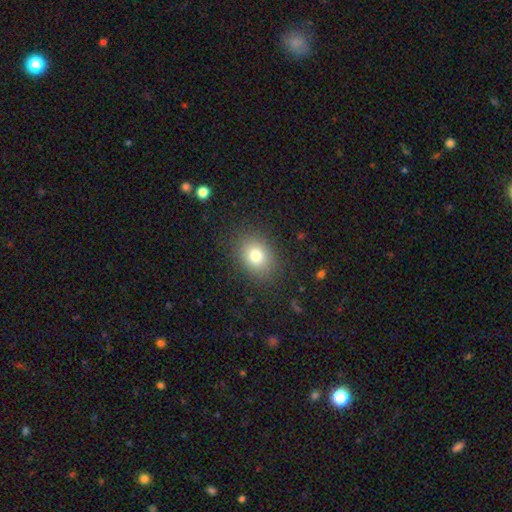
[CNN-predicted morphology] smooth 78%, star or artifact 11%, featured or disk 11%. Down the decision tree: how rounded — in between (57%); merging — none (86%).